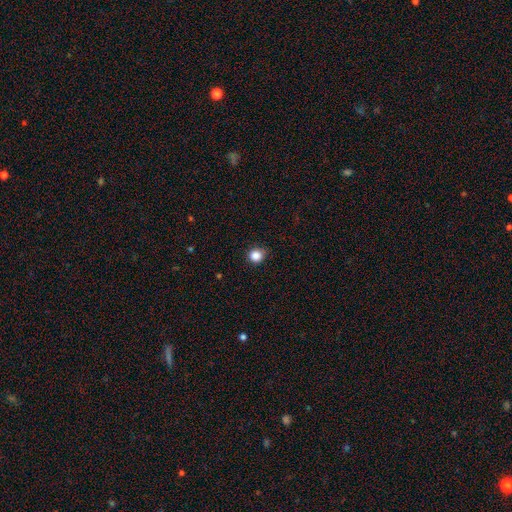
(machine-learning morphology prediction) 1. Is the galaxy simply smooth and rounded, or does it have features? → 86% smooth, 11% star or artifact, 3% featured or disk.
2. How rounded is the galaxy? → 89% round, 10% in between, 1% cigar-shaped.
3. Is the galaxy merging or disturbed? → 85% none, 12% minor disturbance, 2% major disturbance, 1% merger.